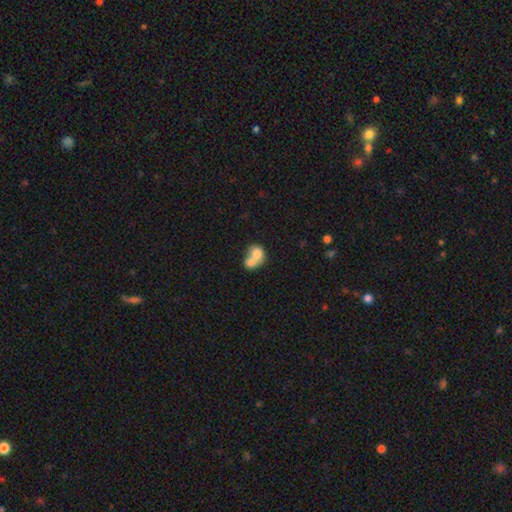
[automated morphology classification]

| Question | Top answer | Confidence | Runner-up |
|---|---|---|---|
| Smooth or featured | smooth | 73% | featured or disk (19%) |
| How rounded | round | 55% | in between (44%) |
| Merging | merger | 73% | none (18%) |